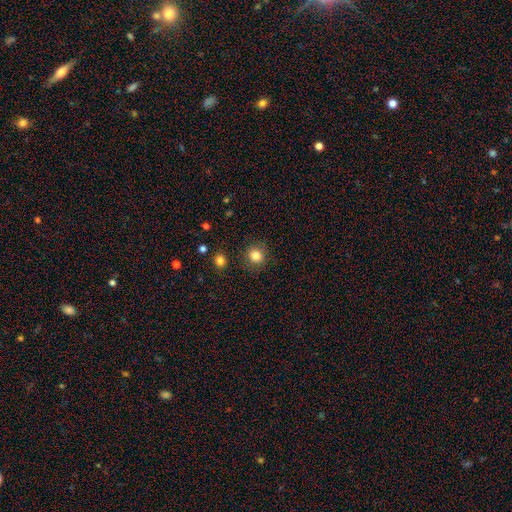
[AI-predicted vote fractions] smooth 83%, star or artifact 11%, featured or disk 5%. Down the decision tree: how rounded — round (86%); merging — none (87%).